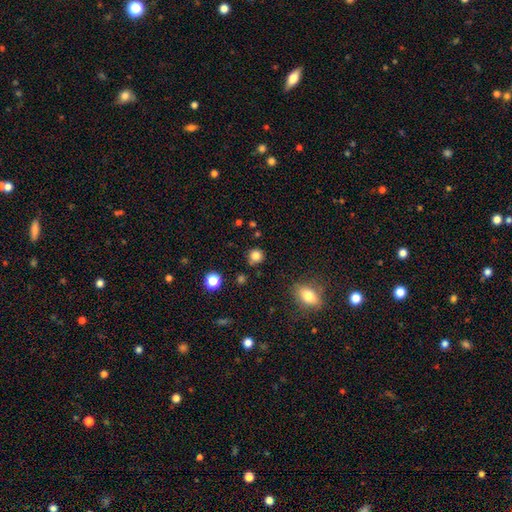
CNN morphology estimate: Q: Smooth or featured?
A: smooth (82%); runner-up: star or artifact (13%)
Q: How rounded?
A: round (89%); runner-up: in between (10%)
Q: Merging?
A: none (83%); runner-up: minor disturbance (11%)